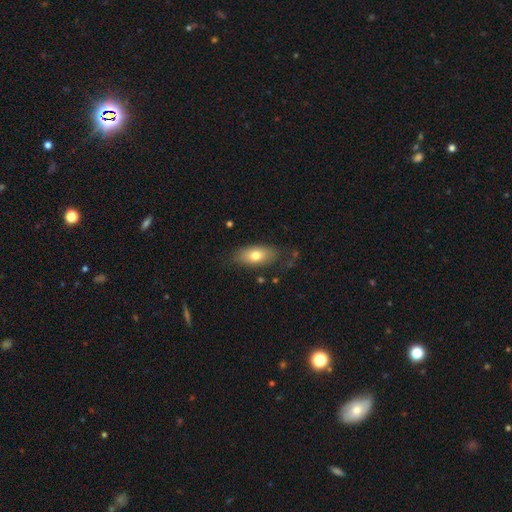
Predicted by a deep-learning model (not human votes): This appears to be a smooth galaxy with no disk features (73%) that is in between round and cigar-shaped (88%). Merging: none (76%).